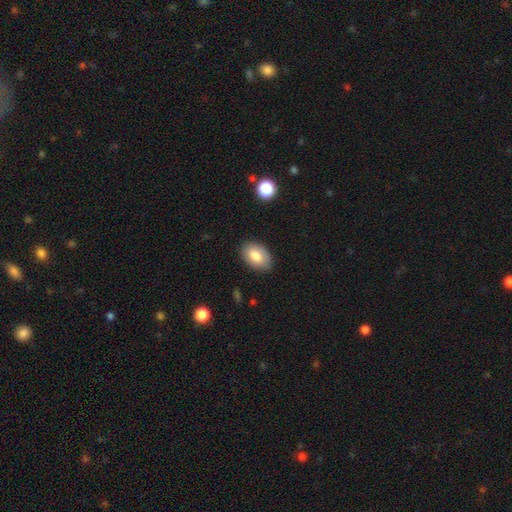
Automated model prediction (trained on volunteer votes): The model was most divided on "smooth or featured": smooth: 81%, featured or disk: 12%, star or artifact: 7%. More confident: how rounded — in between (90%); merging — none (85%).